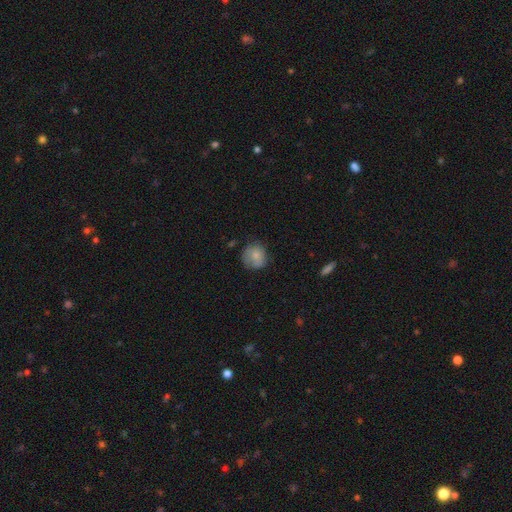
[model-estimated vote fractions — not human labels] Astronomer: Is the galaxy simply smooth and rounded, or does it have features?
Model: smooth — 75%.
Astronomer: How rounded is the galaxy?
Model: round — 81%.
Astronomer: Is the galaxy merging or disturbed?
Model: none — 61%.